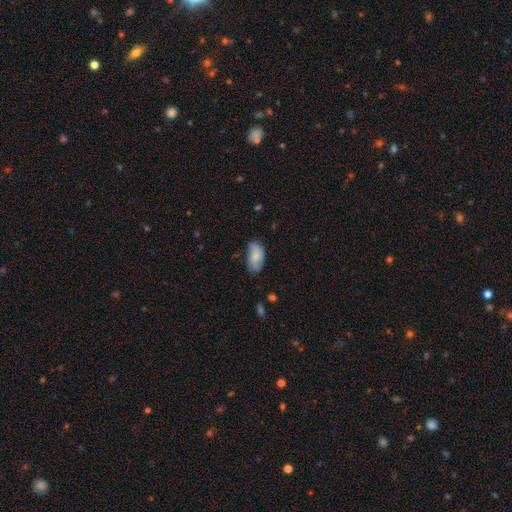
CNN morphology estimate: Smooth or featured? smooth (71%)
How rounded? in between (93%)
Merging? none (57%)